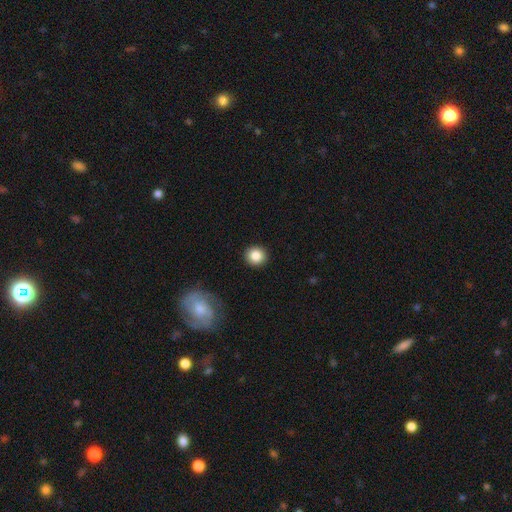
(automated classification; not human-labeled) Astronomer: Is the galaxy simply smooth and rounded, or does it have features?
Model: smooth — 86%.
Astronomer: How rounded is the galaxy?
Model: round — 91%.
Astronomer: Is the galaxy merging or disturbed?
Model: none — 92%.